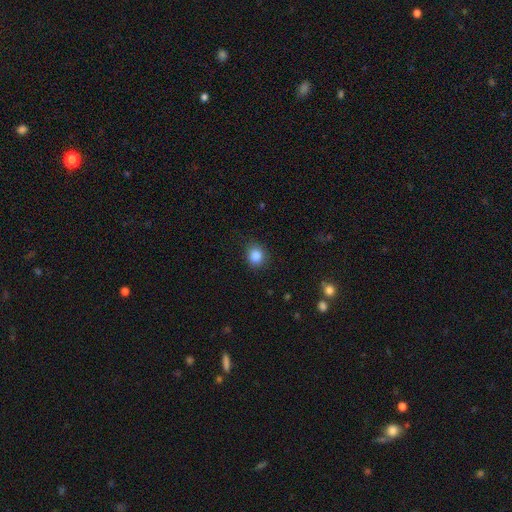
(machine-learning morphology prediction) smooth 86%, star or artifact 10%, featured or disk 4%. Down the decision tree: how rounded — round (80%); merging — none (83%).